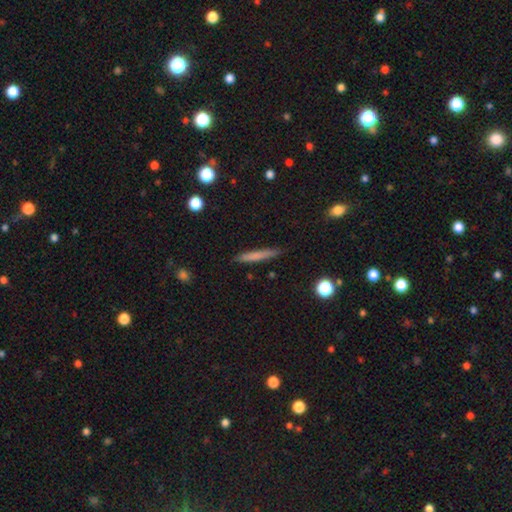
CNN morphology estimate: smooth 71%, featured or disk 22%, star or artifact 7%. Down the decision tree: how rounded — cigar-shaped (95%); merging — none (87%).